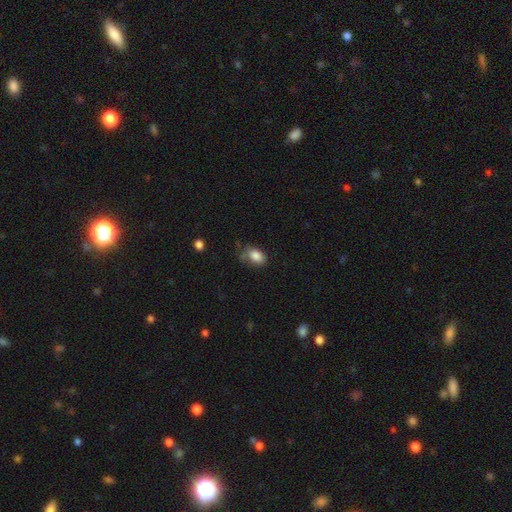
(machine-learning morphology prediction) smooth_or_featured: smooth (p=0.84) [alt: star or artifact p=0.09]
how_rounded: in between (p=0.83) [alt: round p=0.16]
merging: none (p=0.49) [alt: minor disturbance p=0.33]